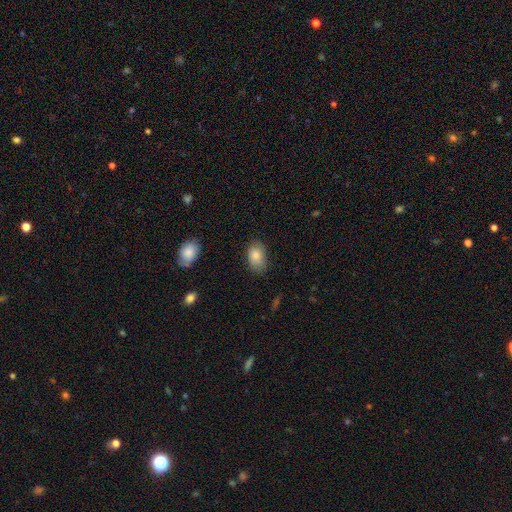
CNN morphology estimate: smooth 83%, featured or disk 9%, star or artifact 8%. Down the decision tree: how rounded — in between (89%); merging — none (76%).